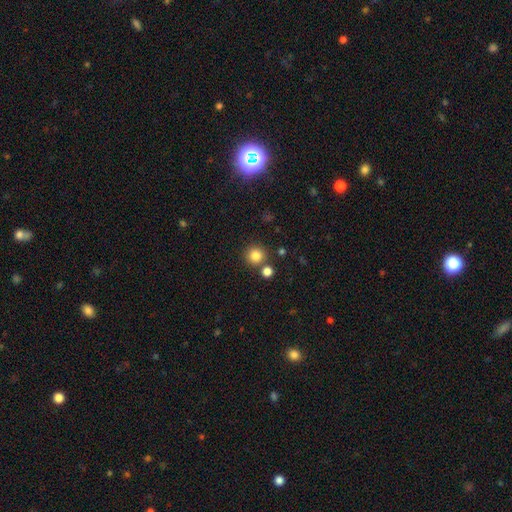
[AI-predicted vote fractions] Morphology: type=smooth (83%); roundness=round (93%); merging=none (78%).